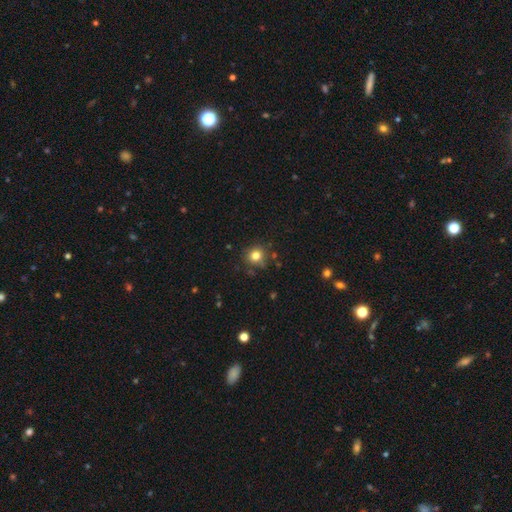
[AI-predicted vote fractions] smooth-or-featured: smooth: 80% | star or artifact: 13% | featured or disk: 7%
  how-rounded: round: 90% | in between: 9% | cigar-shaped: 1%
  merging: none: 82% | minor disturbance: 11% | merger: 4% | major disturbance: 3%